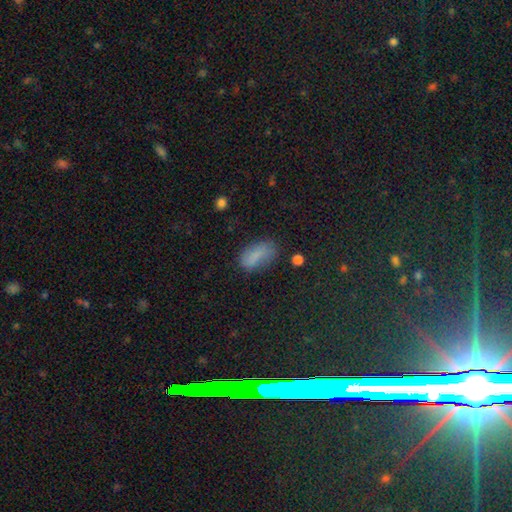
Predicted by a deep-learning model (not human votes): A smooth galaxy with no disk features (78%) that is in between round and cigar-shaped (91%).

Vote fractions:
- Smooth or featured? smooth: 78% / star or artifact: 11% / featured or disk: 11%
- How rounded? in between: 91% / cigar-shaped: 5% / round: 4%
- Merging? none: 62% / minor disturbance: 26% / major disturbance: 9% / merger: 3%